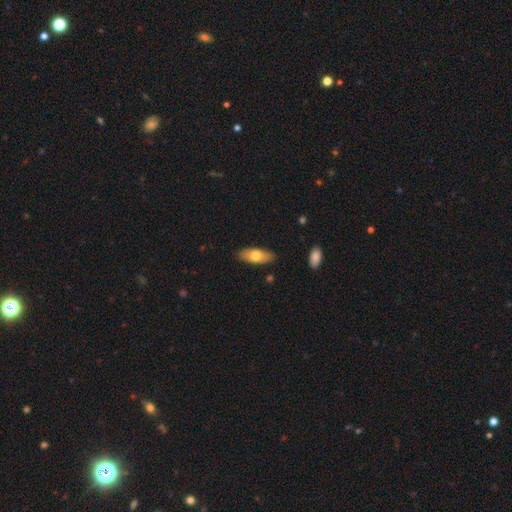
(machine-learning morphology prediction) This appears to be a smooth galaxy with no disk features (70%) that is in between round and cigar-shaped (73%). Merging: none (86%).